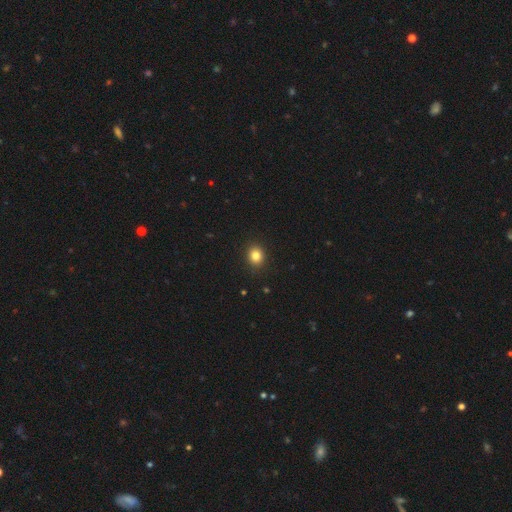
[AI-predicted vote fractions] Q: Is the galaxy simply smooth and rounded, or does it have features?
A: smooth — 83%.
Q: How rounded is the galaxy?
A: round — 73%.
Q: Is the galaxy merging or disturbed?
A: none — 91%.